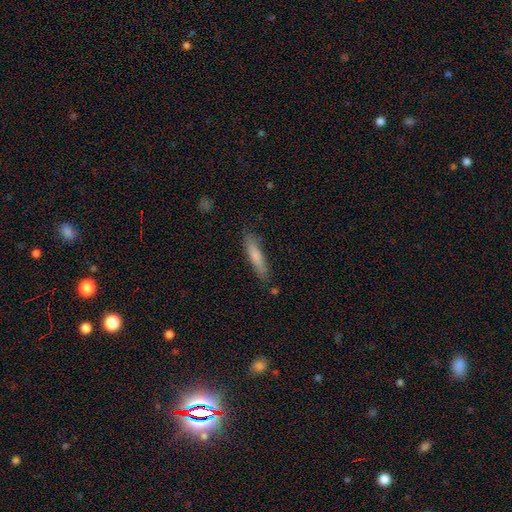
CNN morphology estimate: smooth_or_featured: smooth (p=0.77) [alt: featured or disk p=0.17]
how_rounded: cigar-shaped (p=0.86) [alt: in between p=0.13]
merging: none (p=0.81) [alt: minor disturbance p=0.14]